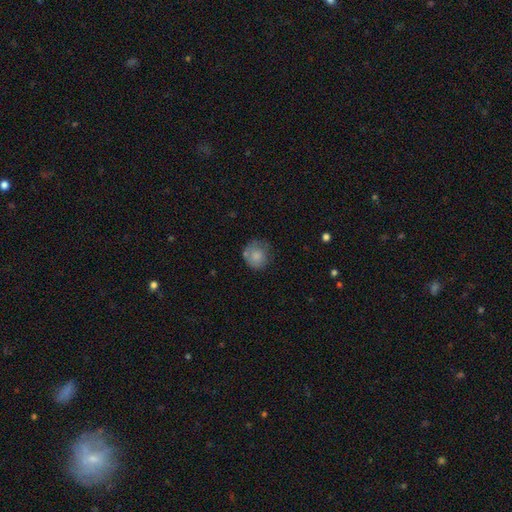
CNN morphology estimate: A smooth galaxy with no disk features (74%) that is round (83%).

Vote fractions:
- Smooth or featured? smooth: 74% / featured or disk: 18% / star or artifact: 8%
- How rounded? round: 83% / in between: 16% / cigar-shaped: 1%
- Merging? none: 56% / minor disturbance: 27% / major disturbance: 12% / merger: 5%